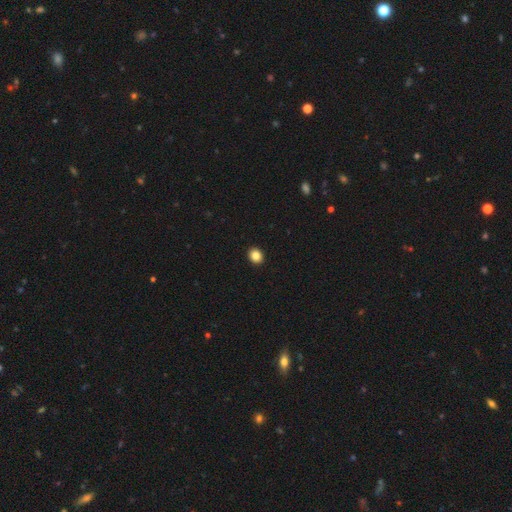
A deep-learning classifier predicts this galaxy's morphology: The model was most divided on "how rounded": round: 61%, in between: 38%, cigar-shaped: 1%. More confident: merging — none (93%); smooth or featured — smooth (85%).